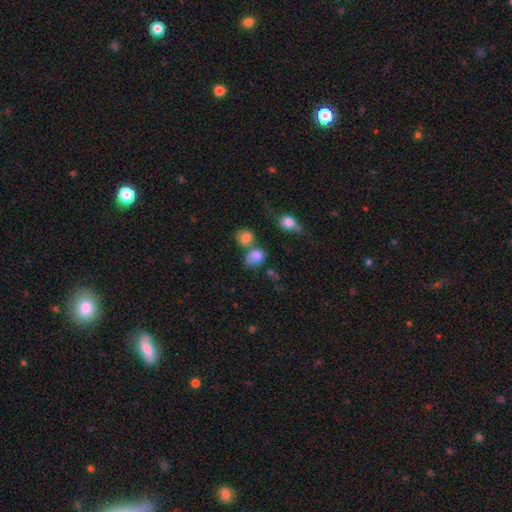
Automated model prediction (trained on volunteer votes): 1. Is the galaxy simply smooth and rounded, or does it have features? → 78% smooth, 12% star or artifact, 10% featured or disk.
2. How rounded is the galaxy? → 50% in between, 48% round, 2% cigar-shaped.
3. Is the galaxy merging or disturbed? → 39% none, 36% merger, 16% minor disturbance, 9% major disturbance.